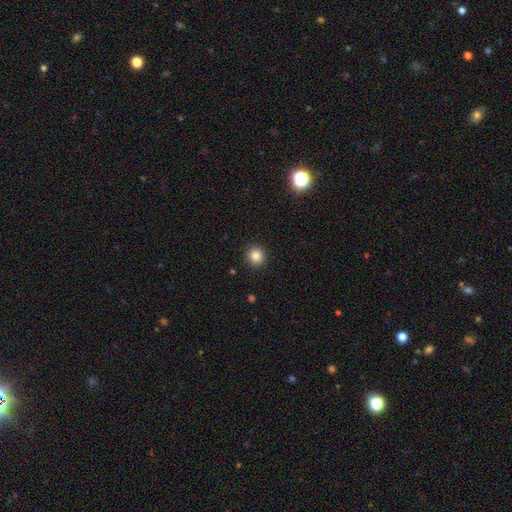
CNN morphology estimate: Smooth or featured?
  - smooth: 84% *
  - star or artifact: 11%
  - featured or disk: 5%
How rounded?
  - round: 91% *
  - in between: 8%
  - cigar-shaped: 1%
Merging?
  - none: 92% *
  - minor disturbance: 5%
  - major disturbance: 2%
  - merger: 1%